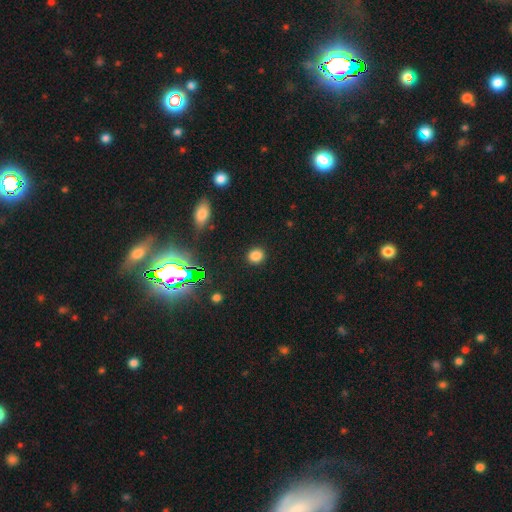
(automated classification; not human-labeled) The model was most divided on "how rounded": round: 75%, in between: 24%, cigar-shaped: 1%. More confident: merging — none (89%); smooth or featured — smooth (80%).